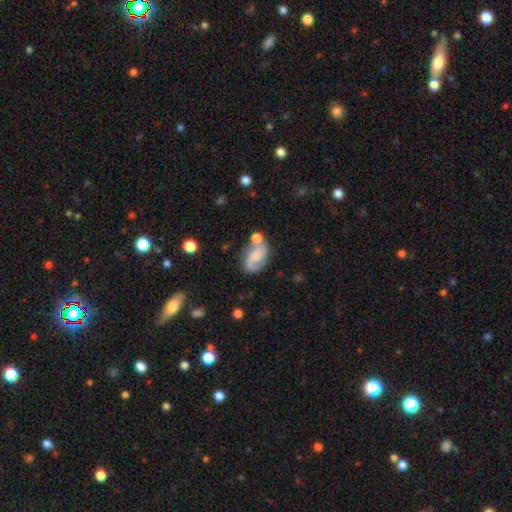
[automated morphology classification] Smooth or featured? featured or disk (56%)
Edge-on disk? no (97%)
Bar? no (56%)
Spiral arms? yes (88%)
Bulge size? none (43%)
Merging? none (52%)